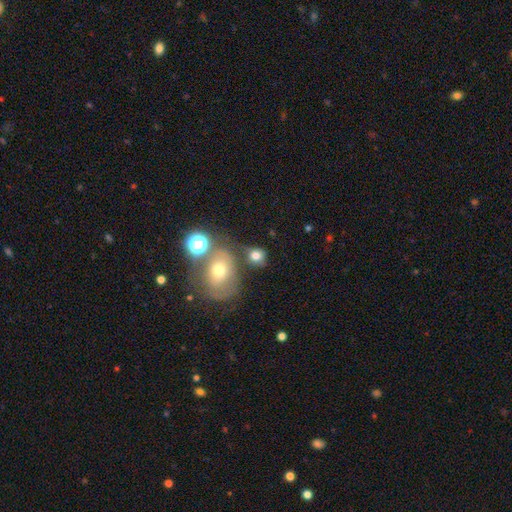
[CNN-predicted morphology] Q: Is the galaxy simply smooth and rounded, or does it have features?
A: smooth — 73%.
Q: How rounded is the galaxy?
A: round — 70%.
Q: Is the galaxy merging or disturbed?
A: none — 55%.